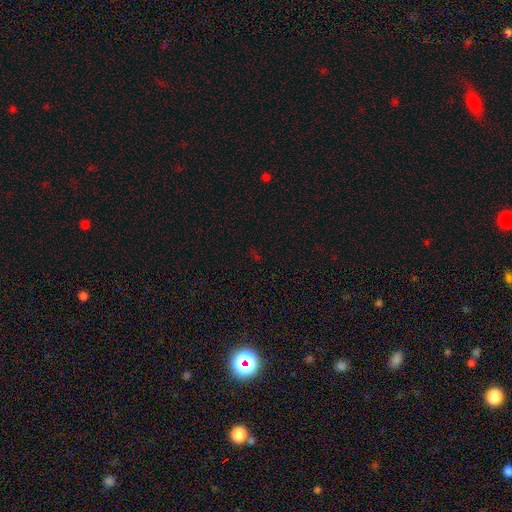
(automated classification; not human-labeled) star or artifact 69%, smooth 23%, featured or disk 8%.